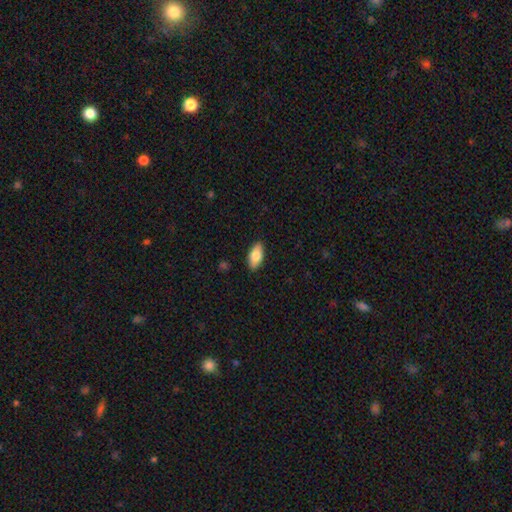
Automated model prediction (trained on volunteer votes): smooth_or_featured: smooth (p=0.79) [alt: featured or disk p=0.15]
how_rounded: in between (p=0.90) [alt: cigar-shaped p=0.07]
merging: none (p=0.89) [alt: minor disturbance p=0.09]